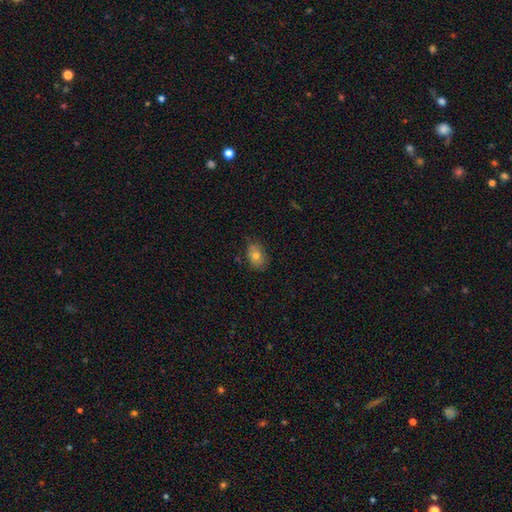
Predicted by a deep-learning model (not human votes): smooth 74%, featured or disk 16%, star or artifact 10%. Down the decision tree: how rounded — in between (75%); merging — none (71%).